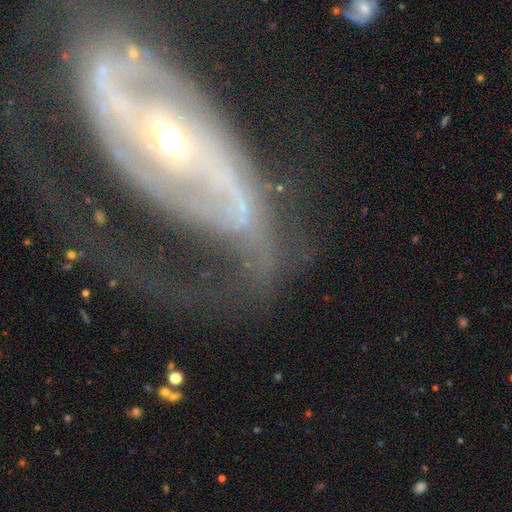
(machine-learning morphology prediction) This is likely a featured or disk galaxy (75%). It is clearly not viewed edge-on (90%). Bar: possibly no (49%). Spiral arm pattern: likely yes (69%). Central bulge: possibly moderate (49%). Merging: marginally major disturbance (43%).